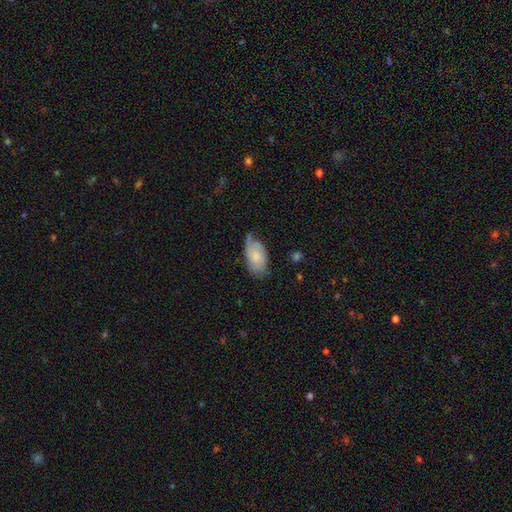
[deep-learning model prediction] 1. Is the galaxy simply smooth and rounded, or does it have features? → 64% smooth, 29% featured or disk, 6% star or artifact.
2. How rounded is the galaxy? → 94% in between, 4% round, 2% cigar-shaped.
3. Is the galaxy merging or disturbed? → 46% none, 38% minor disturbance, 14% major disturbance, 3% merger.